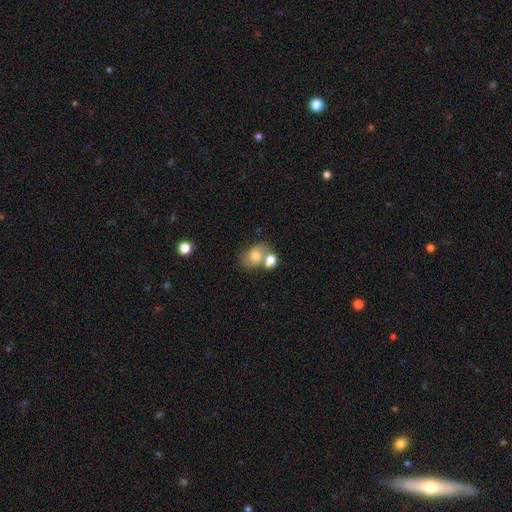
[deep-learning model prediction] A smooth galaxy with no disk features (59%) that is in between round and cigar-shaped (56%). Merging: merger (40%).